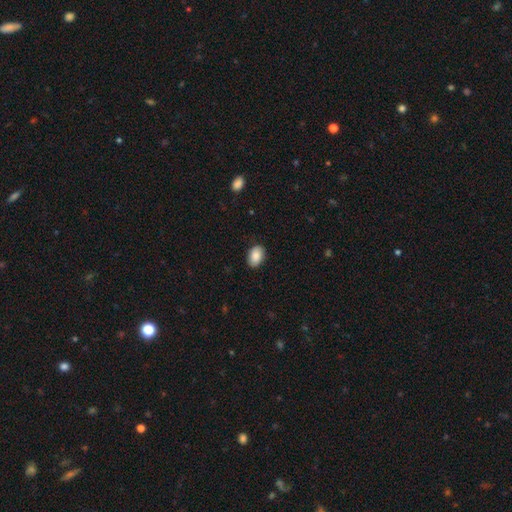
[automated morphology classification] Smooth or featured? smooth (88%)
How rounded? in between (86%)
Merging? none (87%)